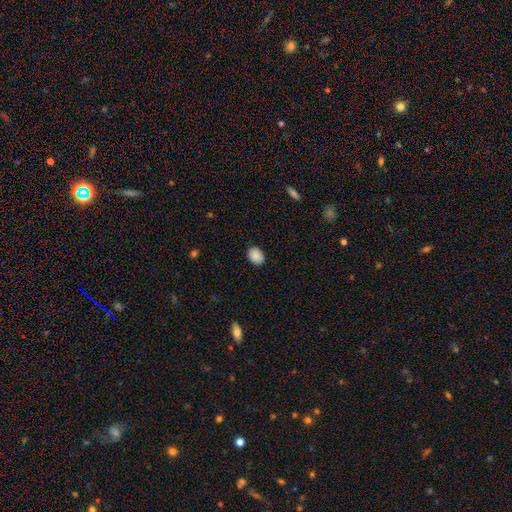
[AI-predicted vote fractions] Overall: smooth (88%). How rounded: in between (60%; round 39%). Merging: none (87%).